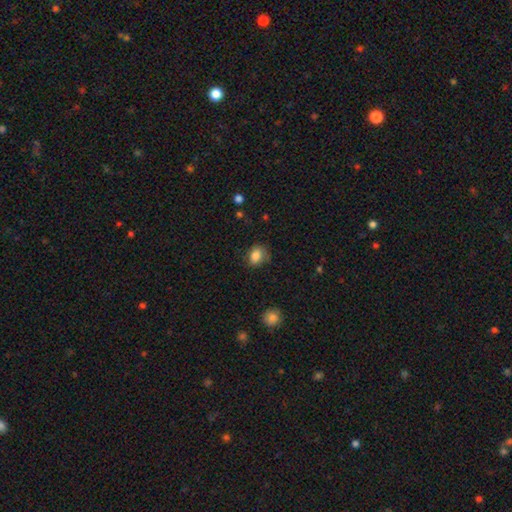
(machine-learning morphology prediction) Overall: smooth (83%). How rounded: in between (60%; round 39%). Merging: none (67%).